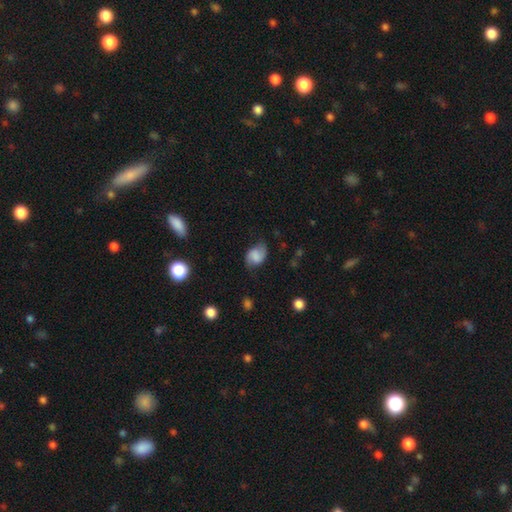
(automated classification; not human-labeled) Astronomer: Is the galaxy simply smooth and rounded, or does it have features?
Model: smooth — 51% (runner-up: featured or disk, 39%).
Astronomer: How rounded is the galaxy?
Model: in between — 68%.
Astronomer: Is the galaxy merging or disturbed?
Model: none — 64%.